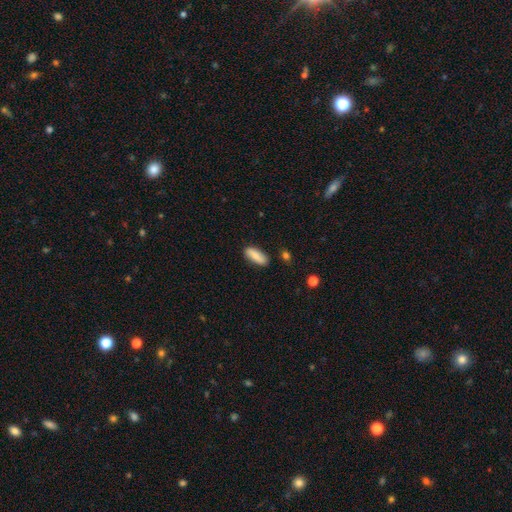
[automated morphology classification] Overall: smooth (83%). How rounded: in between (71%). Merging: none (84%).